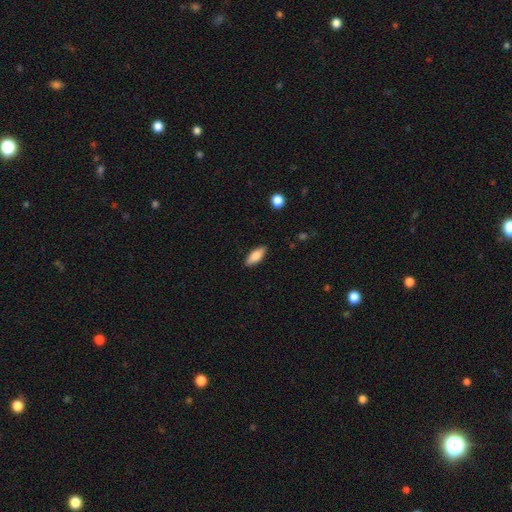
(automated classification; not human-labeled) This is likely a smooth galaxy (79%). How rounded: likely in between (74%). Merging: clearly none (88%).